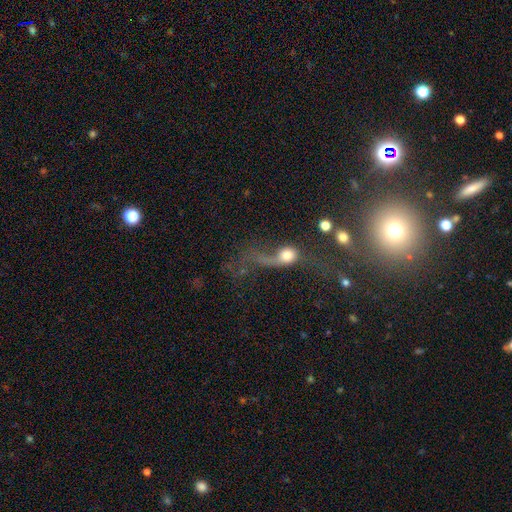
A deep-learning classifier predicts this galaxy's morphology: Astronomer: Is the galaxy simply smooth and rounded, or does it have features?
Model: featured or disk — 38% (runner-up: star or artifact, 31%).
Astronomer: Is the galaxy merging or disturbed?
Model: major disturbance — 40% (runner-up: none, 31%).